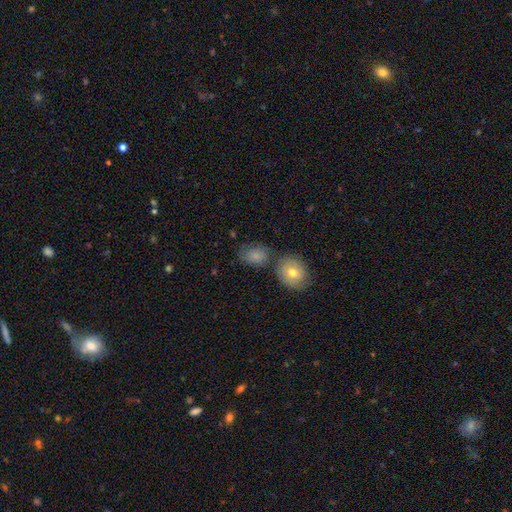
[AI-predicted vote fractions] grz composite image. It shows a smooth galaxy with no disk features (80%) that is in between round and cigar-shaped (60%). Merging: none (53%).